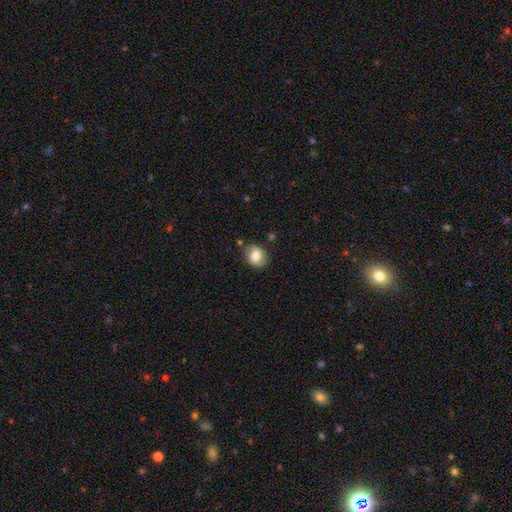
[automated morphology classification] smooth_or_featured: smooth (p=0.75) [alt: featured or disk p=0.17]
how_rounded: round (p=0.57) [alt: in between p=0.42]
merging: none (p=0.78) [alt: minor disturbance p=0.15]